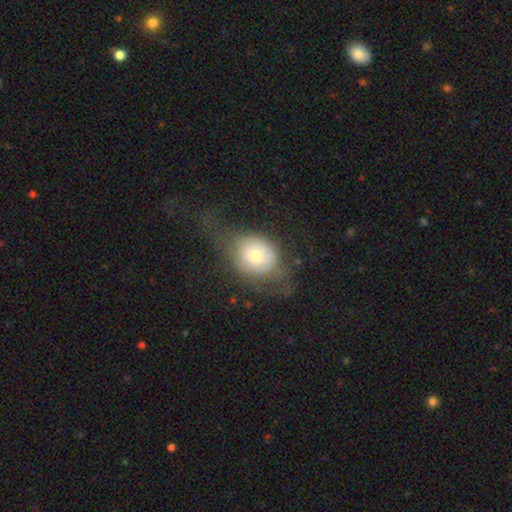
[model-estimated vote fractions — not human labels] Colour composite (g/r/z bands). It shows a smooth galaxy with no disk features (58%) that is round (62%). Merging: major disturbance (42%).